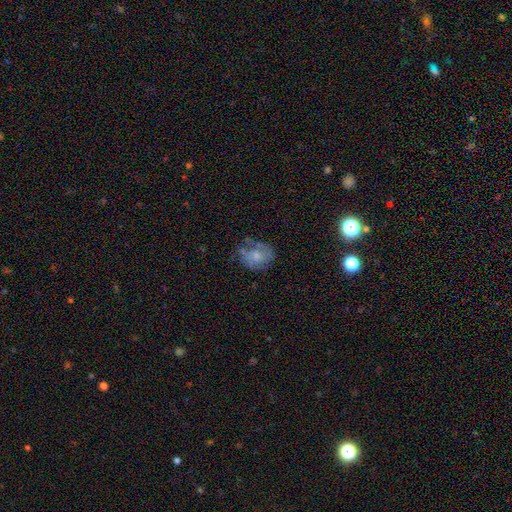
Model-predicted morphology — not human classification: smooth-or-featured: smooth: 50% | featured or disk: 40% | star or artifact: 10%
  how-rounded: in between: 50% | round: 49% | cigar-shaped: 1%
  merging: none: 48% | minor disturbance: 29% | major disturbance: 19% | merger: 3%